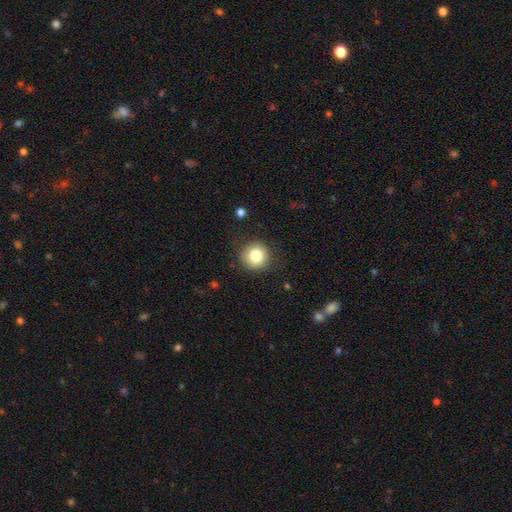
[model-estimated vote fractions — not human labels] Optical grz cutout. It shows a smooth galaxy with no disk features (81%) that is round (94%). Merging: none (88%).